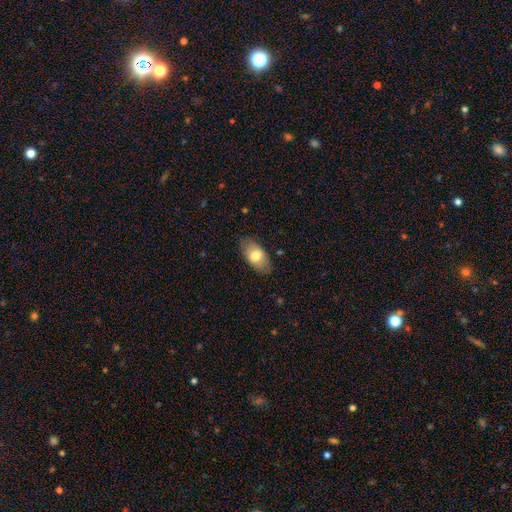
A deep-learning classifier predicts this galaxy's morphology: The model was most divided on "smooth or featured": smooth: 72%, featured or disk: 22%, star or artifact: 6%. More confident: how rounded — in between (92%); merging — none (82%).